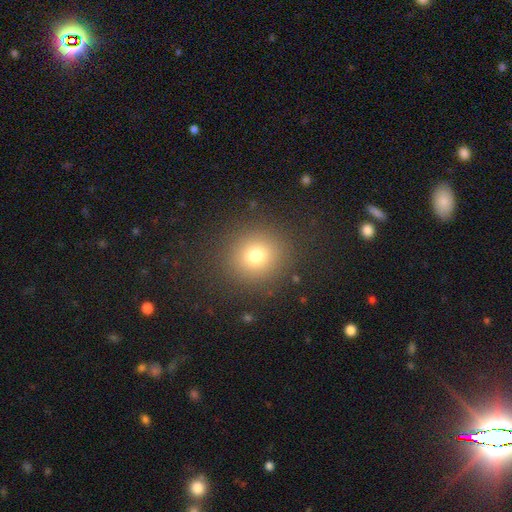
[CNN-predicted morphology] Overall: smooth (76%). How rounded: round (88%). Merging: none (89%).